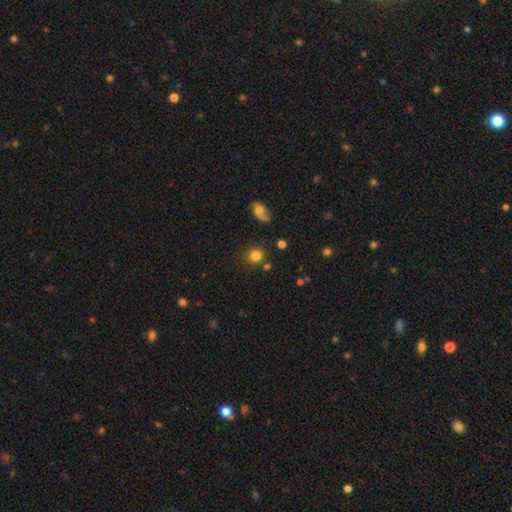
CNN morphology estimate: Q: Smooth or featured?
A: smooth (81%); runner-up: star or artifact (12%)
Q: How rounded?
A: round (78%); runner-up: in between (21%)
Q: Merging?
A: none (76%); runner-up: minor disturbance (13%)